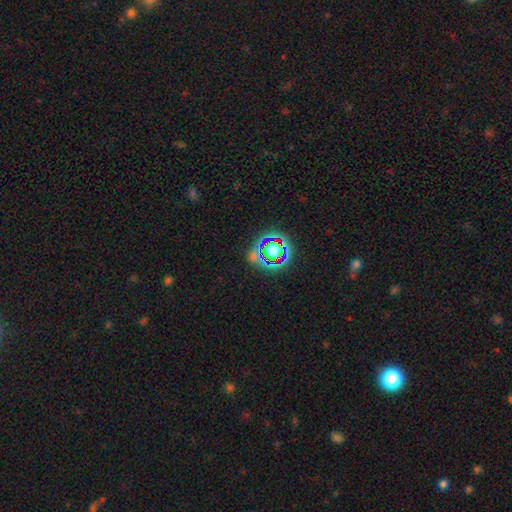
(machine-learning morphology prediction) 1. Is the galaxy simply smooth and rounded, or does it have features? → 68% star or artifact, 19% smooth, 13% featured or disk.